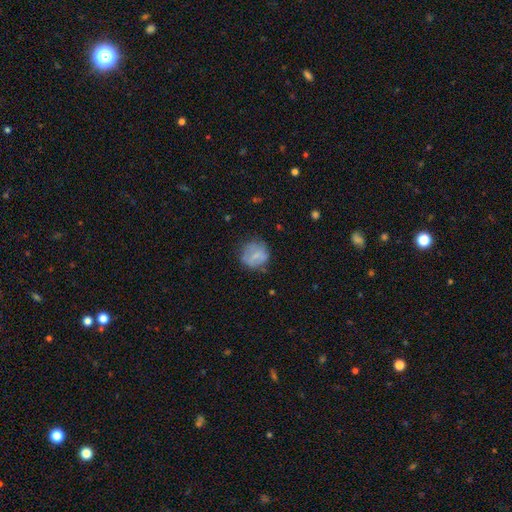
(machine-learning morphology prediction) A smooth galaxy with no disk features (61%) that is round (80%).

Vote fractions:
- Smooth or featured? smooth: 61% / featured or disk: 30% / star or artifact: 9%
- How rounded? round: 80% / in between: 19% / cigar-shaped: 1%
- Merging? none: 60% / minor disturbance: 25% / major disturbance: 13% / merger: 2%